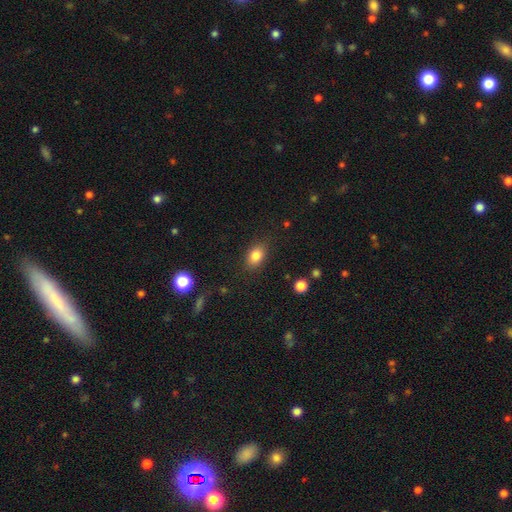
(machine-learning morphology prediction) A smooth galaxy with no disk features (83%) that is in between round and cigar-shaped (79%). Merging: none (85%).